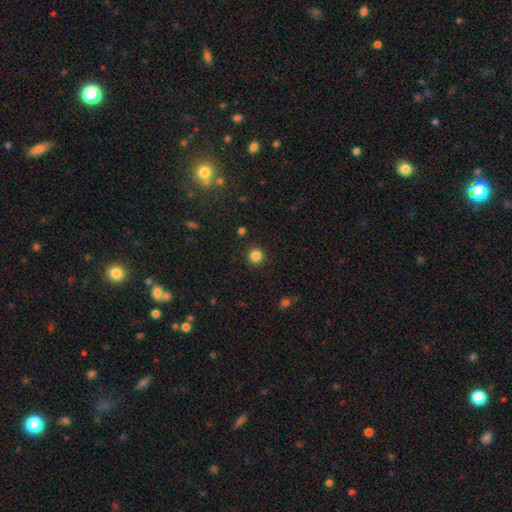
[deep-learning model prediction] The model was most divided on "smooth or featured": smooth: 85%, star or artifact: 12%, featured or disk: 3%. More confident: how rounded — round (93%); merging — none (91%).